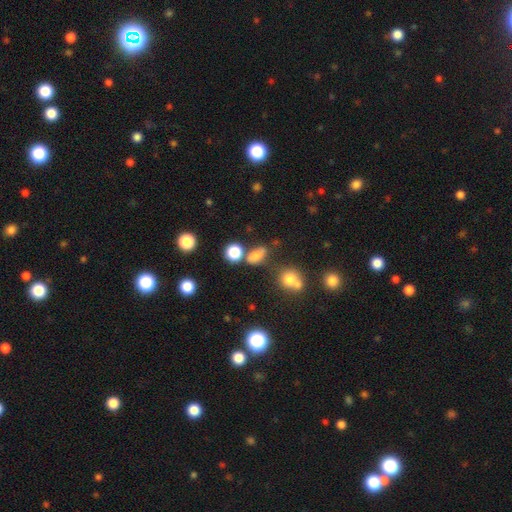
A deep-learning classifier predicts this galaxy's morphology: smooth_or_featured: smooth (p=0.71) [alt: star or artifact p=0.19]
how_rounded: in between (p=0.68) [alt: round p=0.28]
merging: none (p=0.55) [alt: minor disturbance p=0.19]